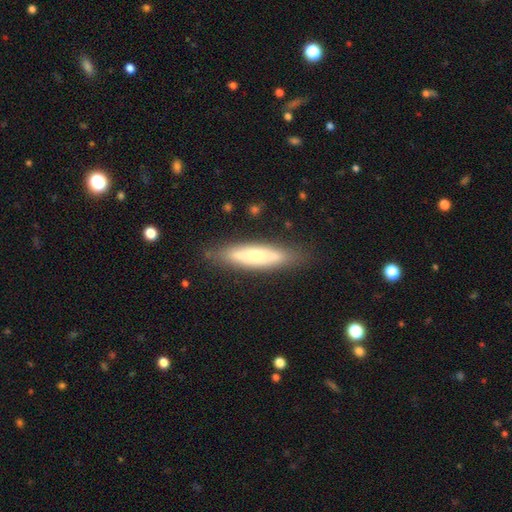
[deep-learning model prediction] Overall: smooth (50%; featured or disk 44%). How rounded: cigar-shaped (68%; in between 30%). Merging: none (81%).